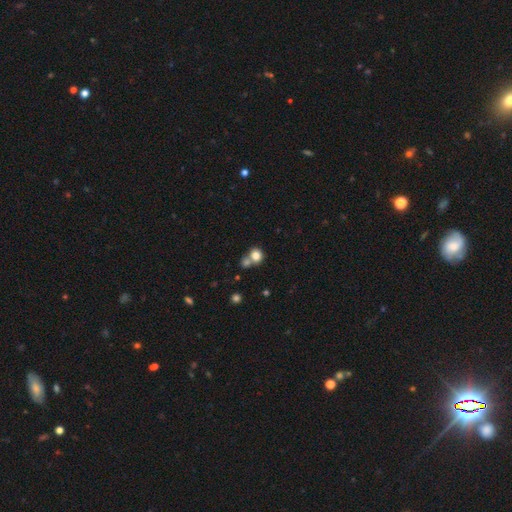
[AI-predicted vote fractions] smooth_or_featured: smooth (p=0.80) [alt: star or artifact p=0.11]
how_rounded: round (p=0.77) [alt: in between p=0.22]
merging: none (p=0.44) [alt: merger p=0.43]